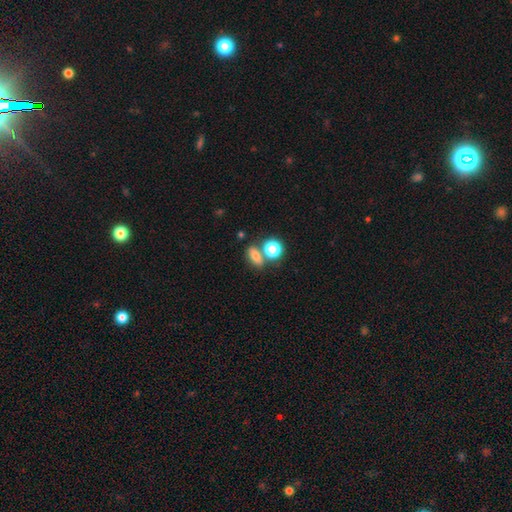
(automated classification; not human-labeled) A smooth galaxy with no disk features (75%) that is in between round and cigar-shaped (66%). Merging: none (56%).